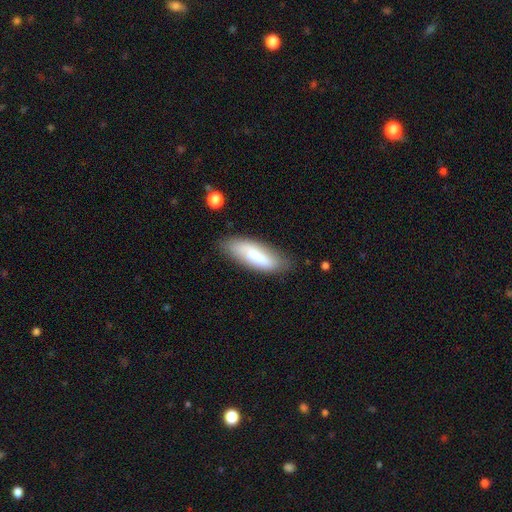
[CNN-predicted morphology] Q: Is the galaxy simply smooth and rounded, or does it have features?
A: smooth — 73%.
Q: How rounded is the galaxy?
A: in between — 60%.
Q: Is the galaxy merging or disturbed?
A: none — 74%.